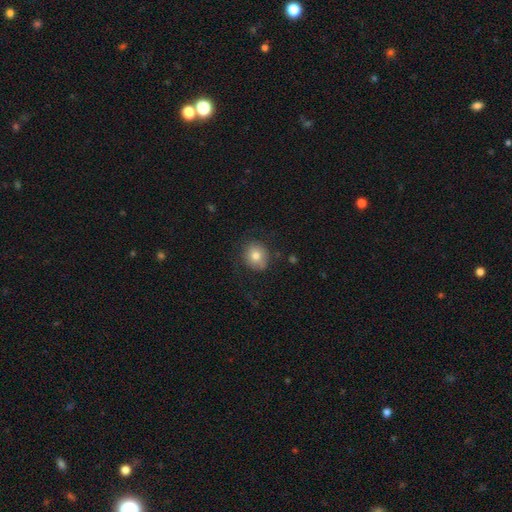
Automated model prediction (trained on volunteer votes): Smooth or featured? smooth (79%)
How rounded? round (77%)
Merging? none (78%)